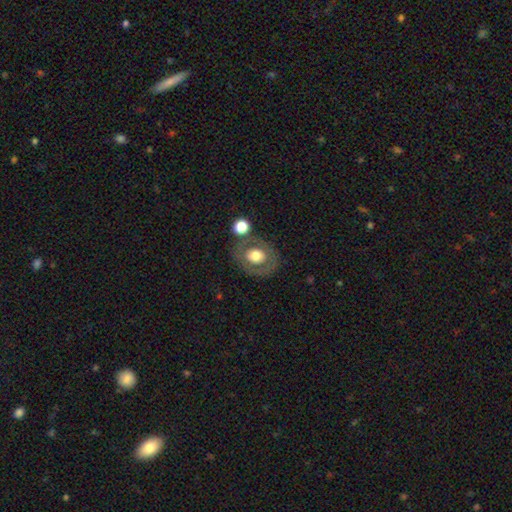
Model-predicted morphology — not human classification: A smooth galaxy with no disk features (53%) that is round (57%). Merging: none (72%).